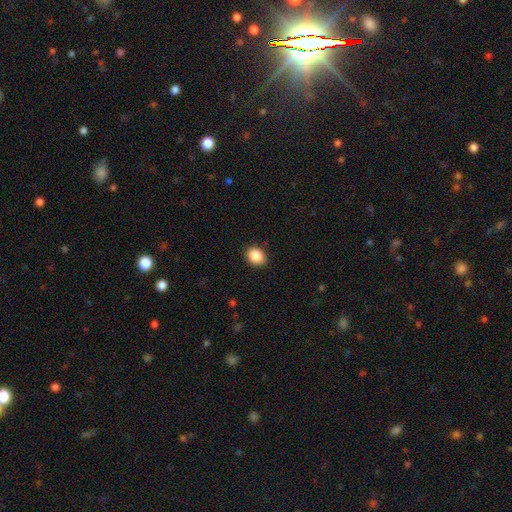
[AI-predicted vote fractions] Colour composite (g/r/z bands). It shows a smooth galaxy with no disk features (88%) that is in between round and cigar-shaped (53%). Merging: none (90%).